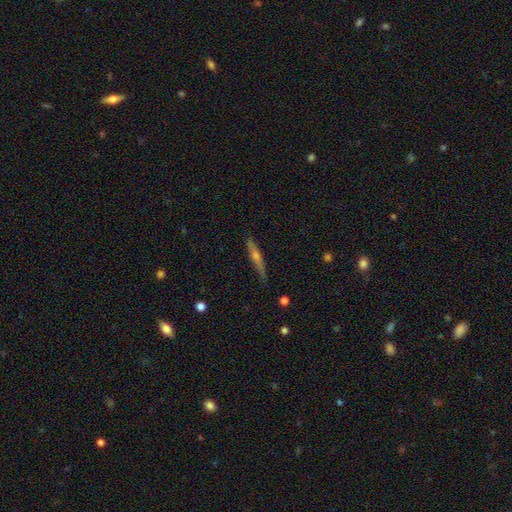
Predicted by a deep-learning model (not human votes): This is likely a featured or disk galaxy (65%). It is clearly viewed edge-on (94%). Edge-on bulge: clearly rounded (82%). Merging: clearly none (84%).